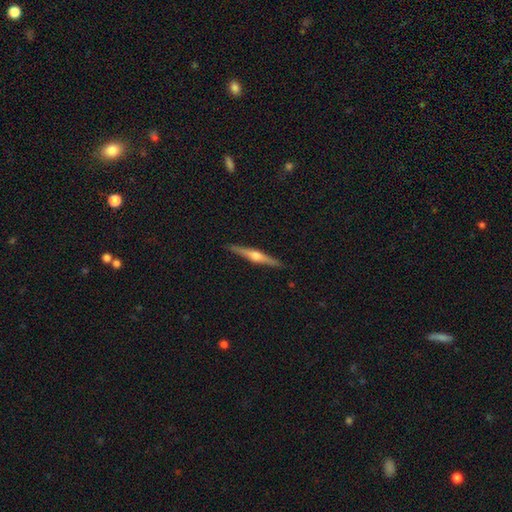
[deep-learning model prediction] Overall: featured or disk (71%). Edge-on disk: yes (98%). Edge-on bulge: rounded (92%). Merging: none (90%).